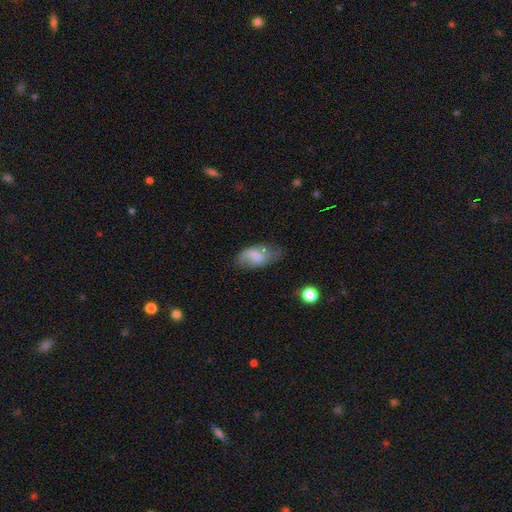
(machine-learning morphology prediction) This is likely a smooth galaxy (65%). How rounded: clearly in between (91%). Merging: possibly none (49%).